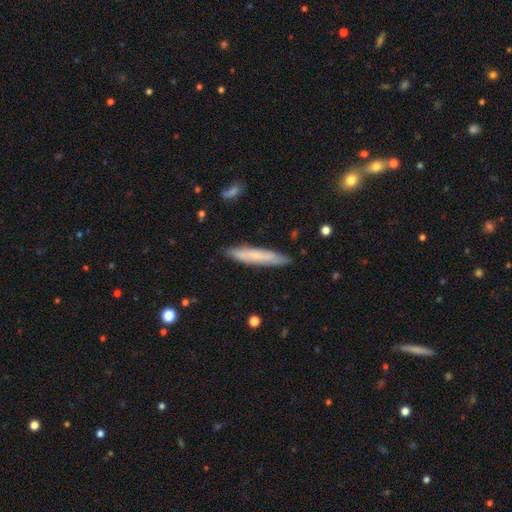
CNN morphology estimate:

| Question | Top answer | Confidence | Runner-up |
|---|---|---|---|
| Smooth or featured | smooth | 62% | featured or disk (32%) |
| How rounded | cigar-shaped | 92% | in between (7%) |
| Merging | none | 86% | minor disturbance (11%) |